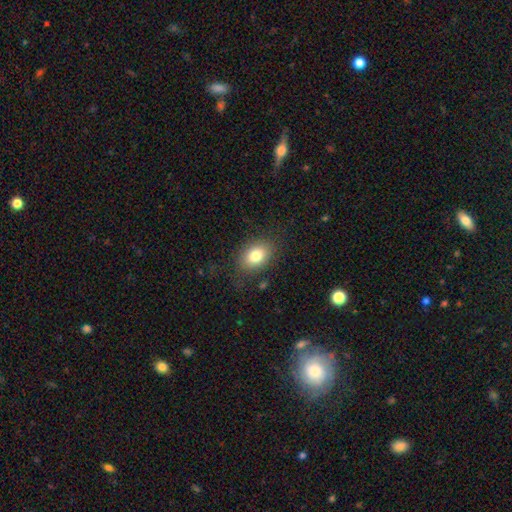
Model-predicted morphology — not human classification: Overall: smooth (80%). How rounded: in between (79%). Merging: none (81%).